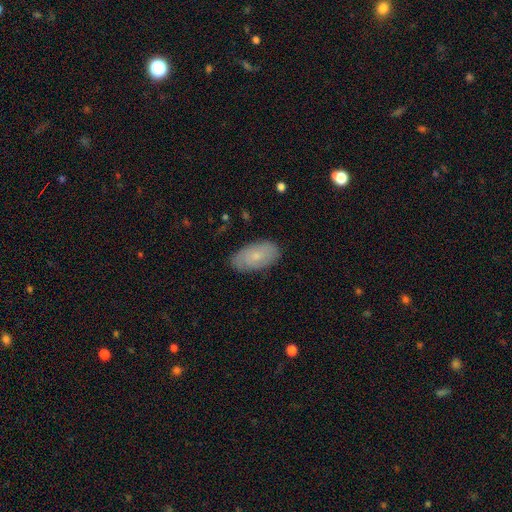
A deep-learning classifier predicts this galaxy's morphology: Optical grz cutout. It shows a smooth galaxy with no disk features (64%) that is in between round and cigar-shaped (93%). Merging: none (81%).